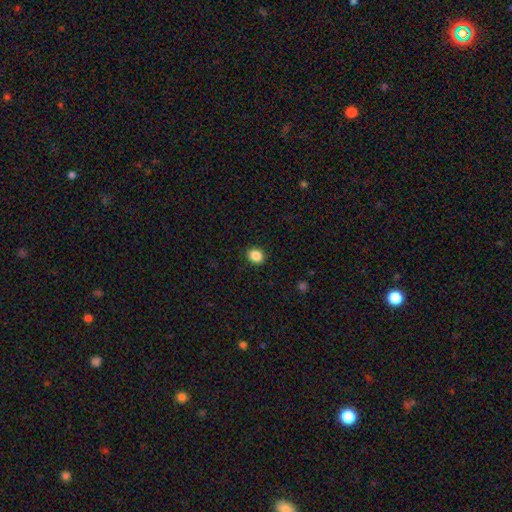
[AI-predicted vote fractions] Morphology: type=smooth (87%); roundness=round (54%); merging=none (91%).